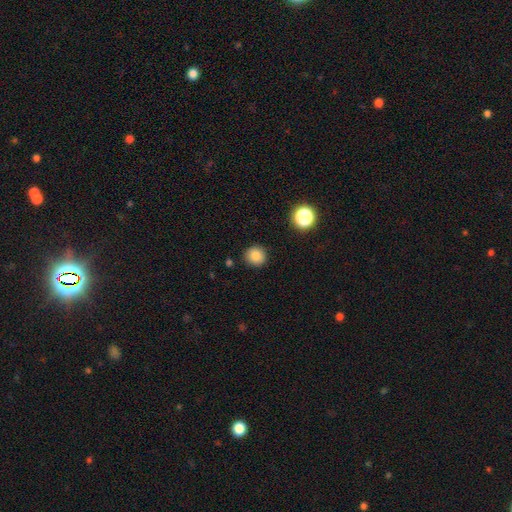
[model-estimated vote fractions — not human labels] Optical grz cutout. It shows a smooth galaxy with no disk features (84%) that is round (92%). Merging: none (89%).